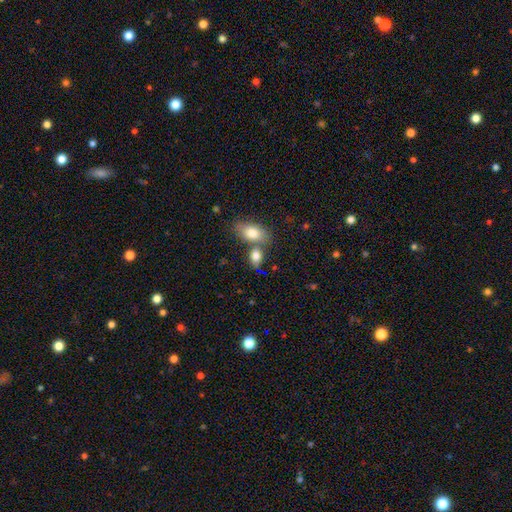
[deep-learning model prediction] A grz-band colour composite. It shows a smooth galaxy with no disk features (80%) that is in between round and cigar-shaped (76%). Merging: none (49%).